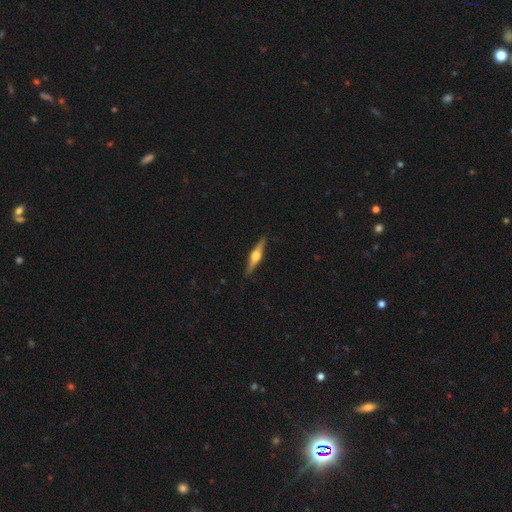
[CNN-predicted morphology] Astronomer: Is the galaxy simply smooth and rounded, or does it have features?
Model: featured or disk — 73%.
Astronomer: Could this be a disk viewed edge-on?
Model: yes — 98%.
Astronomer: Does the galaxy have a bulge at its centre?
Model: rounded — 93%.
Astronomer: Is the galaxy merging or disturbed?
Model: none — 90%.